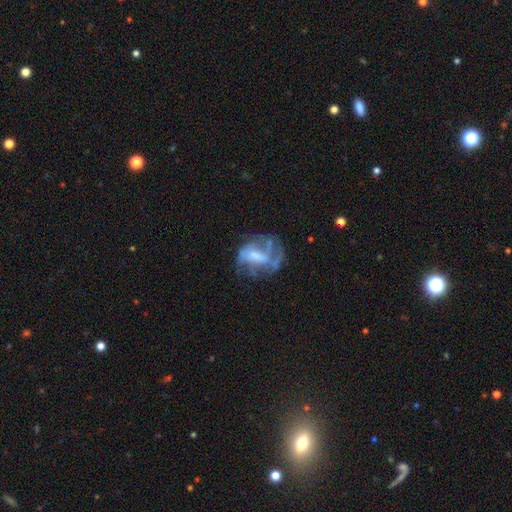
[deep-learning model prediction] A featured or disk galaxy (70%) with a weak bar (44%), spiral arms (69%) and a moderate central bulge (36%).

Vote fractions:
- Smooth or featured? featured or disk: 70% / smooth: 22% / star or artifact: 9%
- Edge-on disk? no: 97% / yes: 3%
- Bar? weak: 44% / no: 38% / strong: 19%
- Spiral arms? yes: 69% / no: 31%
- Bulge size? moderate: 36% / small: 32% / none: 21% / large: 9% / dominant: 2%
- Merging? none: 43% / major disturbance: 32% / minor disturbance: 21% / merger: 4%